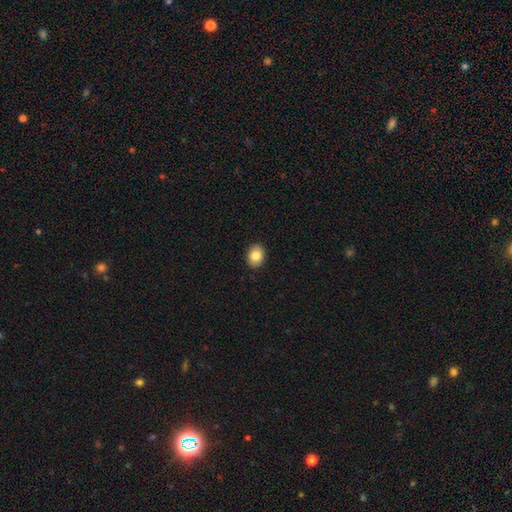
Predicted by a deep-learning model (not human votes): A smooth galaxy with no disk features (84%) that is in between round and cigar-shaped (55%).

Vote fractions:
- Smooth or featured? smooth: 84% / star or artifact: 8% / featured or disk: 7%
- How rounded? in between: 55% / round: 45% / cigar-shaped: 1%
- Merging? none: 91% / minor disturbance: 7% / major disturbance: 2% / merger: 1%